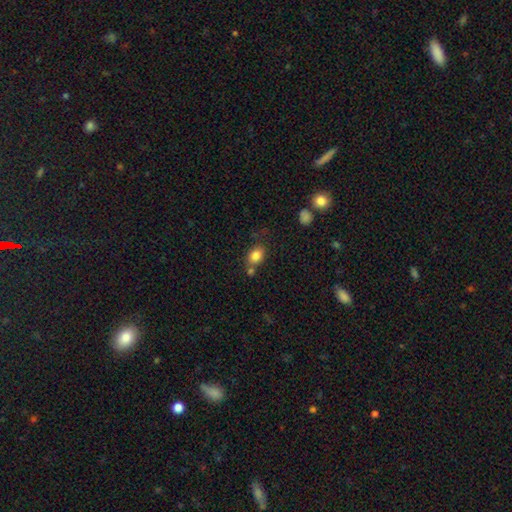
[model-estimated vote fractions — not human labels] Smooth or featured: smooth — 83% (star or artifact — 9%)
How rounded: in between — 62% (round — 37%)
Merging: none — 62% (merger — 18%)